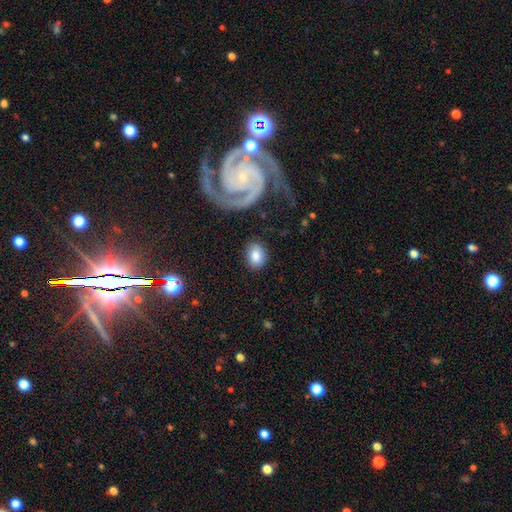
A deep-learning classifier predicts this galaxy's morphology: smooth-or-featured: smooth: 82% | featured or disk: 11% | star or artifact: 7%
  how-rounded: in between: 69% | round: 30% | cigar-shaped: 1%
  merging: none: 82% | minor disturbance: 11% | major disturbance: 4% | merger: 3%